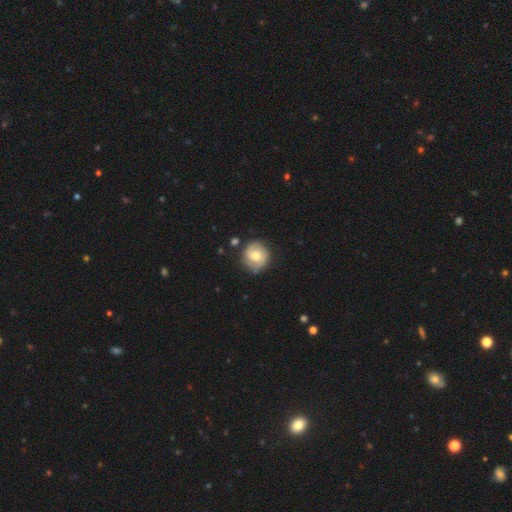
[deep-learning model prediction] The model was most divided on "smooth or featured": featured or disk: 55%, smooth: 39%, star or artifact: 7%. More confident: edge-on disk — no (97%); spiral arms — yes (80%); merging — none (77%); bulge size — moderate (74%); bar — no (61%).